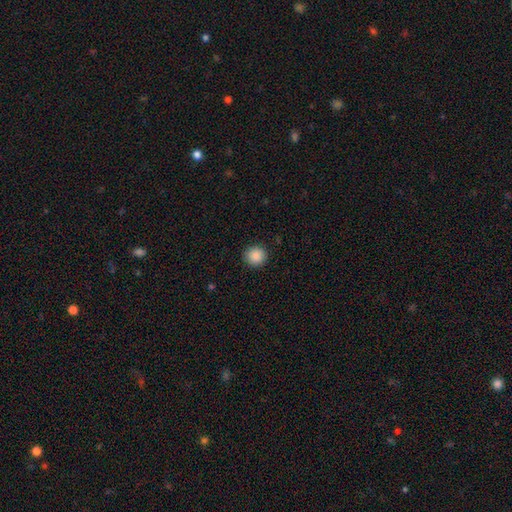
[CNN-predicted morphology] type=smooth (89%); roundness=round (93%); merging=none (92%).